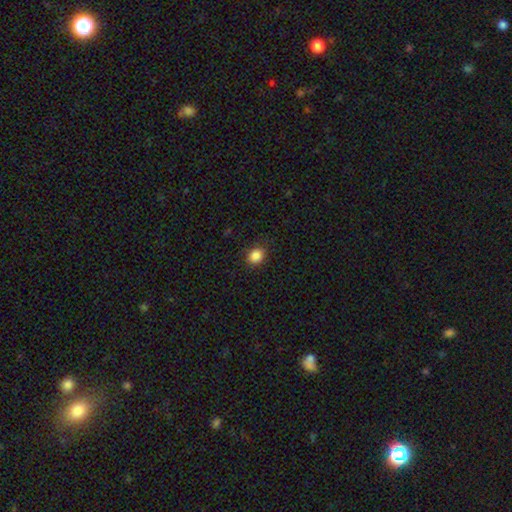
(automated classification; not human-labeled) This is clearly a smooth galaxy (87%). How rounded: possibly round (58%). Merging: clearly none (87%).